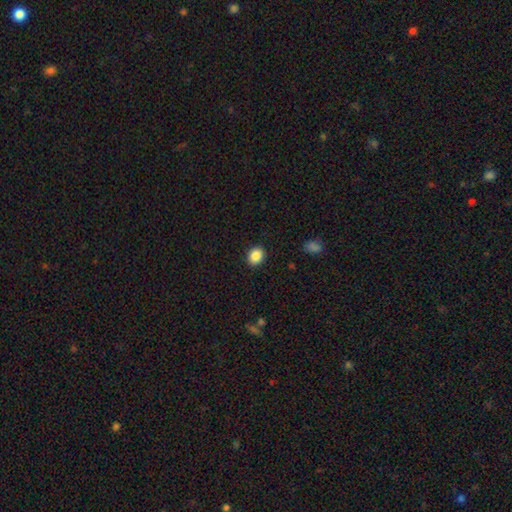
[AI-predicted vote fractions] smooth 87%, star or artifact 9%, featured or disk 4%. Down the decision tree: how rounded — round (57%); merging — none (91%).